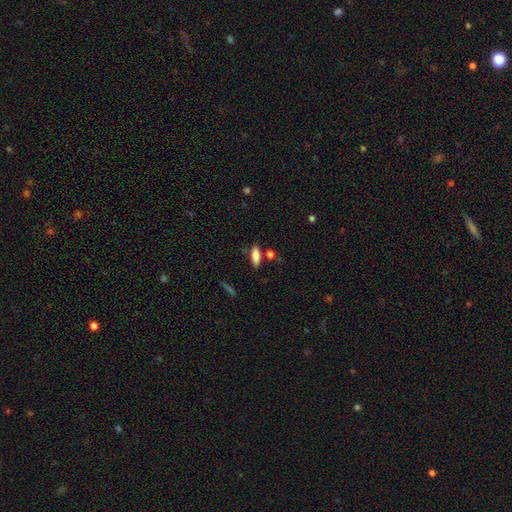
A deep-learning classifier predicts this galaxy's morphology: The model was most divided on "how rounded": in between: 56%, cigar-shaped: 42%, round: 3%. More confident: smooth or featured — smooth (83%); merging — none (77%).